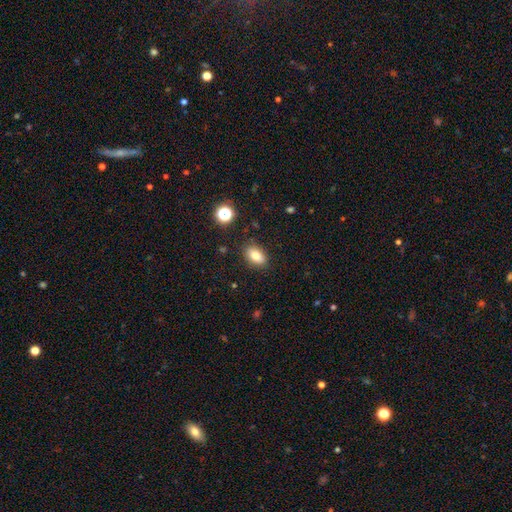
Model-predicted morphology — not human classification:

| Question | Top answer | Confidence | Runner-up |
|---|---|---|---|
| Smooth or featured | smooth | 80% | featured or disk (10%) |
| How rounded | in between | 87% | round (10%) |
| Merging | none | 85% | minor disturbance (10%) |